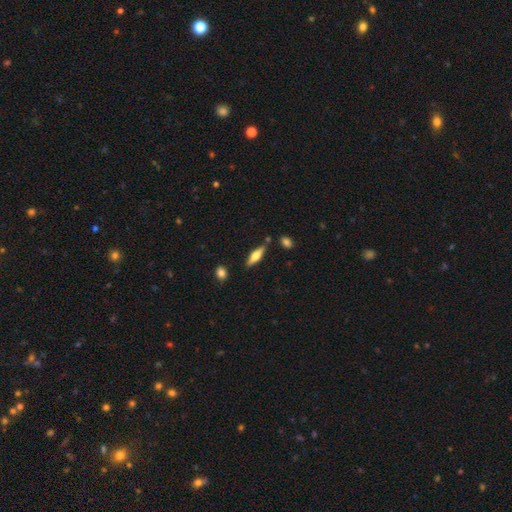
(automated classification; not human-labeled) Smooth or featured? smooth (50%)
Merging? none (82%)